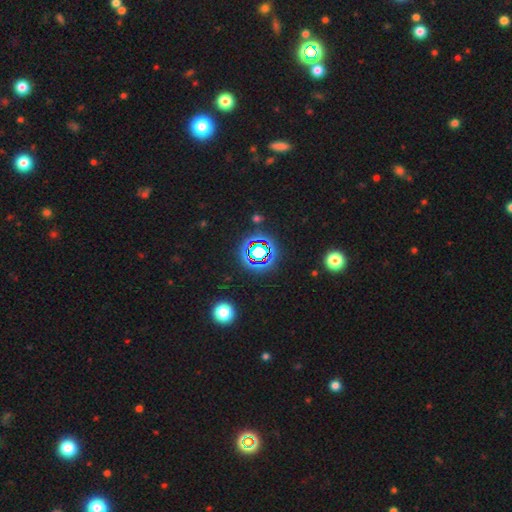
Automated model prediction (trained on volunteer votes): smooth_or_featured: star or artifact (p=0.71) [alt: smooth p=0.19]